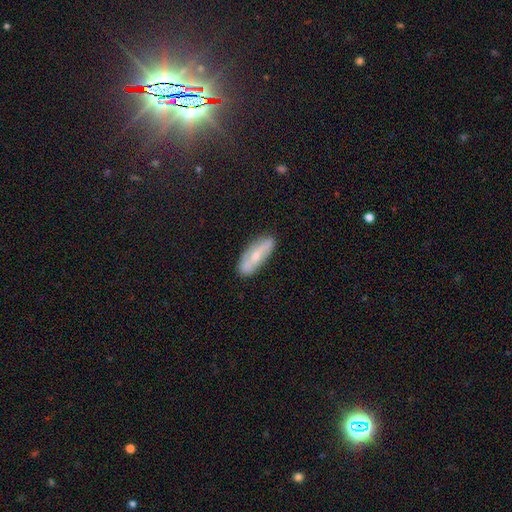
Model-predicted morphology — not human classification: The model was most divided on "smooth or featured": featured or disk: 53%, smooth: 40%, star or artifact: 7%. More confident: merging — none (83%); edge-on disk — no (64%).